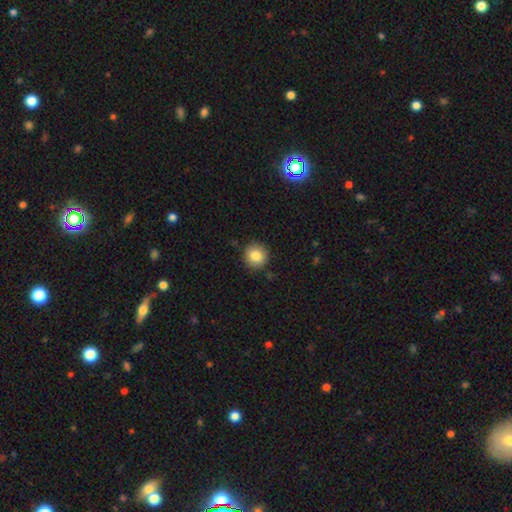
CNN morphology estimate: Smooth or featured? Predicted: smooth (p=0.84). How rounded? Predicted: round (p=0.93). Merging? Predicted: none (p=0.88).